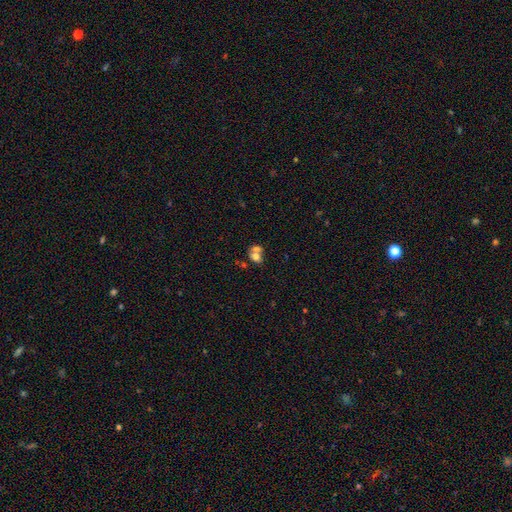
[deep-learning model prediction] Smooth or featured? Predicted: smooth (p=0.67). How rounded? Predicted: in between (p=0.61). Merging? Predicted: merger (p=0.61).